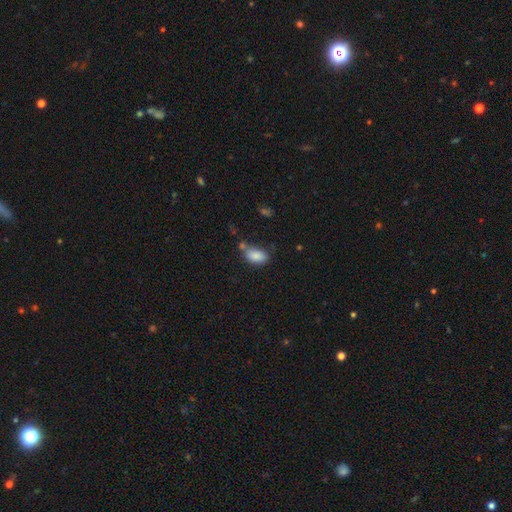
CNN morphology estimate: smooth 85%, star or artifact 8%, featured or disk 7%. Down the decision tree: how rounded — in between (91%); merging — none (56%).